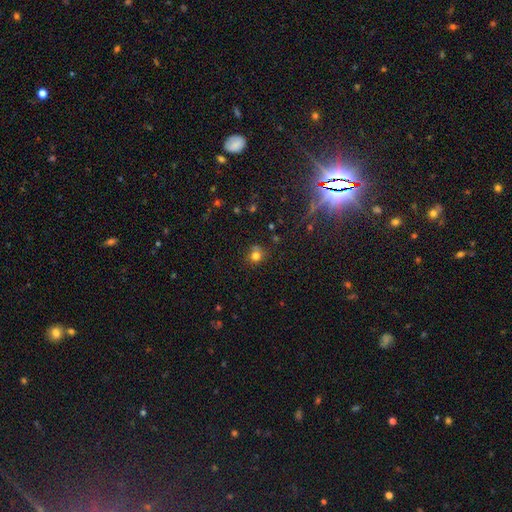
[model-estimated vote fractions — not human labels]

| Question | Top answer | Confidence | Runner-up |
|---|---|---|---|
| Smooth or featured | smooth | 76% | star or artifact (17%) |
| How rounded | round | 80% | in between (19%) |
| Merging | none | 69% | minor disturbance (18%) |